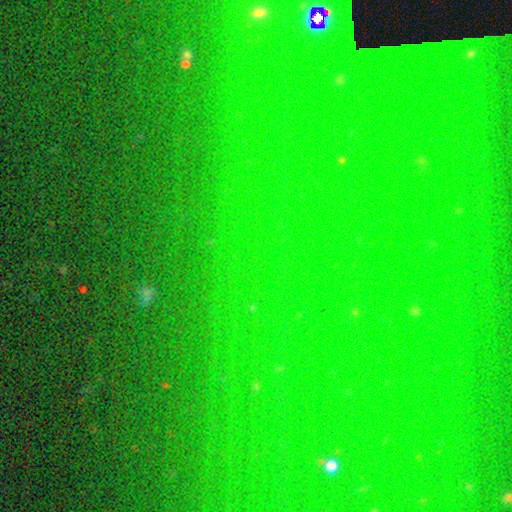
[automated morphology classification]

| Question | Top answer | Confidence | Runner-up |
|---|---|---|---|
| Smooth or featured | star or artifact | 80% | smooth (12%) |